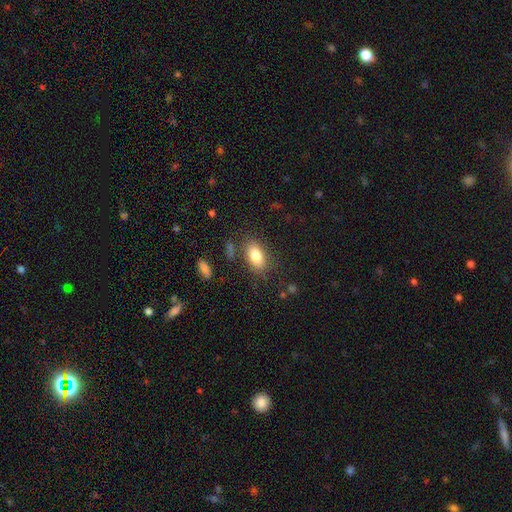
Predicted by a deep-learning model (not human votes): The model was most divided on "merging": none: 79%, minor disturbance: 13%, major disturbance: 5%, merger: 4%. More confident: how rounded — in between (89%); smooth or featured — smooth (83%).